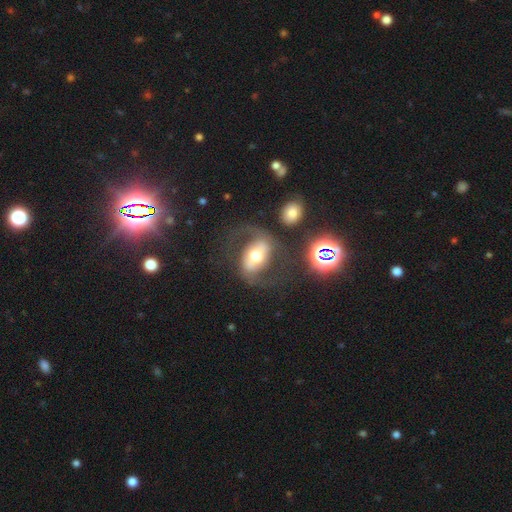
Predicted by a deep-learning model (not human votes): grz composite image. It shows a featured or disk galaxy (70%) with a strong bar (47%), 2 (88%) medium (44%) spiral arms (79%) and a moderate central bulge (68%). Merging: none (64%).